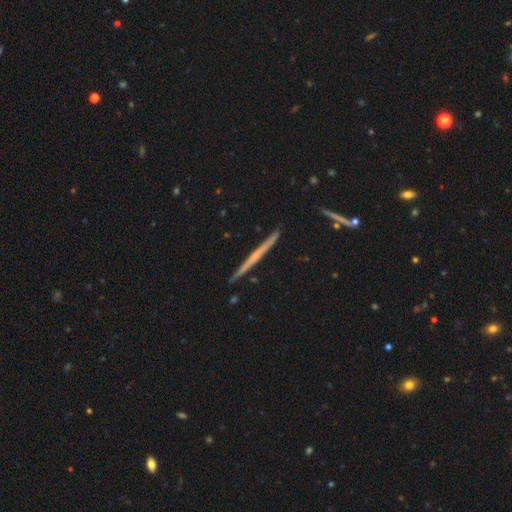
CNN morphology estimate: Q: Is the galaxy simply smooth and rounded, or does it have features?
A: featured or disk — 66%.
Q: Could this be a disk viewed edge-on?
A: yes — 98%.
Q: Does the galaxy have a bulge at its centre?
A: none — 76%.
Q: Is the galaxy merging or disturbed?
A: none — 92%.